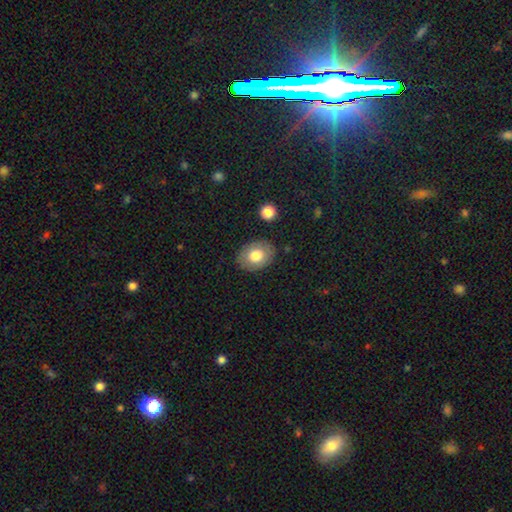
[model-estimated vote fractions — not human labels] Smooth or featured: smooth — 75% (featured or disk — 17%)
How rounded: in between — 67% (round — 32%)
Merging: none — 84% (minor disturbance — 11%)